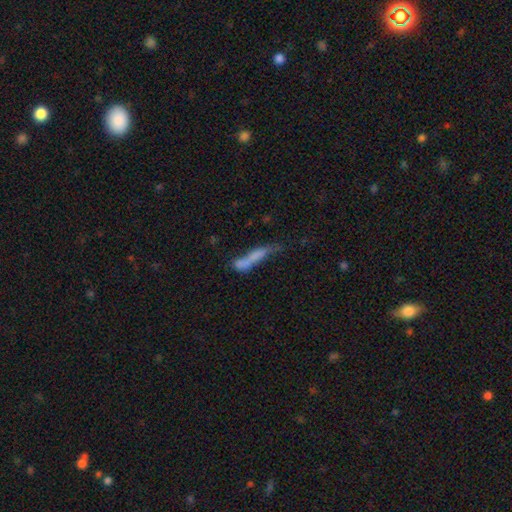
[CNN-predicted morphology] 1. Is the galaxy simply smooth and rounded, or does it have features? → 59% smooth, 30% featured or disk, 11% star or artifact.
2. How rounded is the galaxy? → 81% cigar-shaped, 16% in between, 3% round.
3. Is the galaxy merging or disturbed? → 33% merger, 32% none, 18% minor disturbance, 17% major disturbance.